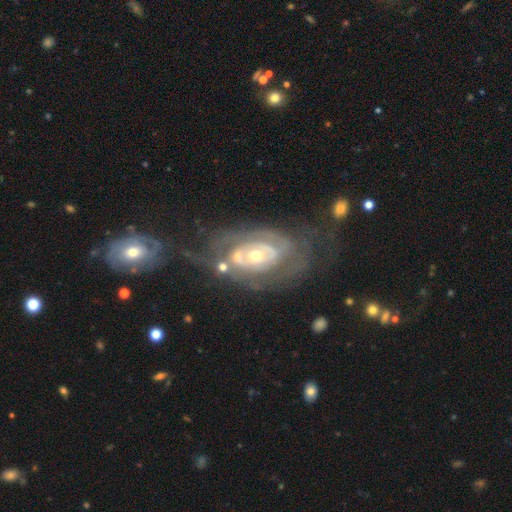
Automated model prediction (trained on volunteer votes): Smooth or featured? Predicted: featured or disk (p=0.81). Edge-on disk? Predicted: no (p=0.95). Bar? Predicted: no (p=0.78). Spiral arms? Predicted: yes (p=0.68). Spiral winding? Predicted: tight (p=0.67). Spiral arm count? Predicted: can't tell (p=0.47). Bulge size? Predicted: moderate (p=0.56). Merging? Predicted: none (p=0.46).